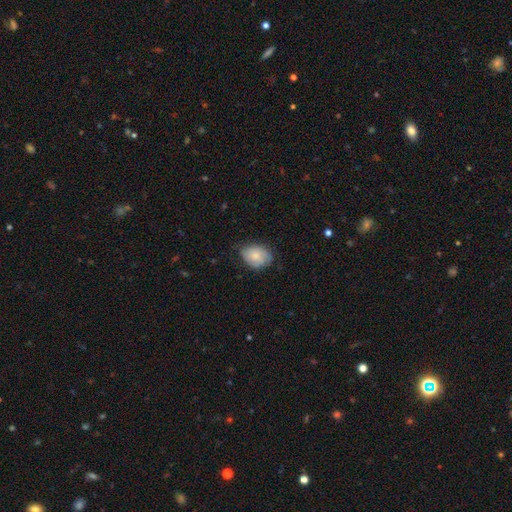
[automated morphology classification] Smooth or featured? smooth (74%)
How rounded? in between (74%)
Merging? none (61%)